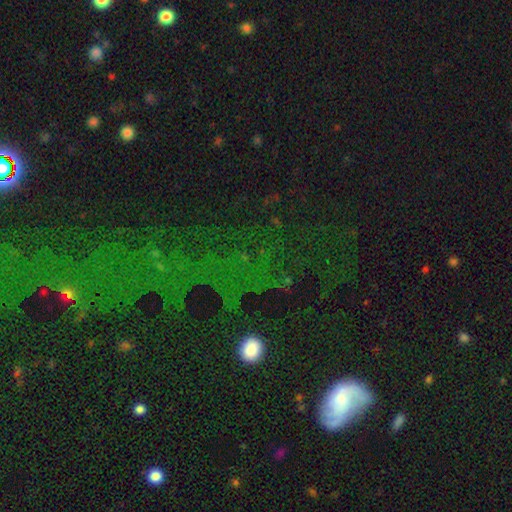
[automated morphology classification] This is possibly a star or artifact rather than a galaxy (50%).